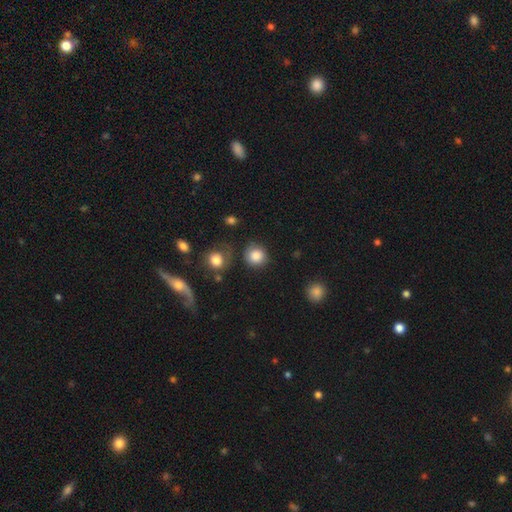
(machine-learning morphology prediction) smooth 85%, star or artifact 9%, featured or disk 6%. Down the decision tree: how rounded — round (90%); merging — none (74%).